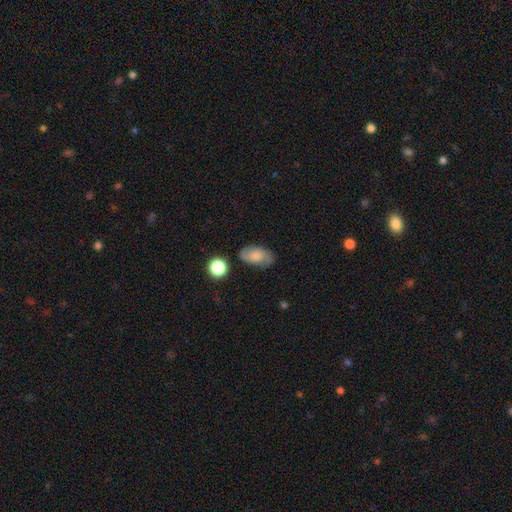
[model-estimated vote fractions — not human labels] This is likely a smooth galaxy (61%). How rounded: clearly in between (89%). Merging: likely none (74%).